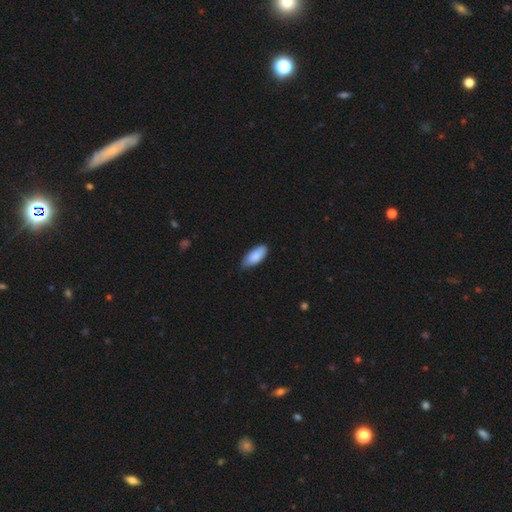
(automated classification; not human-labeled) A smooth galaxy with no disk features (88%) that is in between round and cigar-shaped (86%). Merging: none (74%).